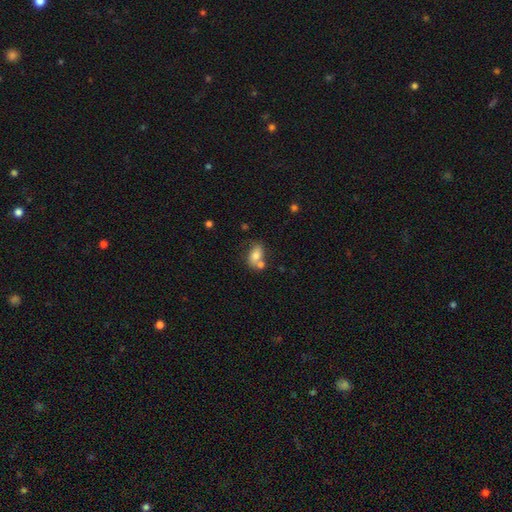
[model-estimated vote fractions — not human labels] Smooth or featured? smooth (71%)
How rounded? in between (83%)
Merging? none (46%)